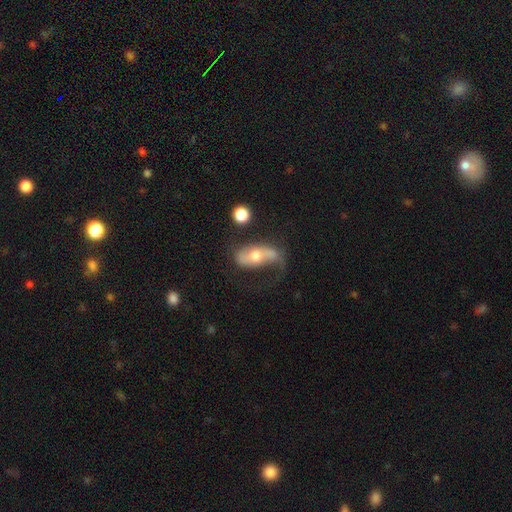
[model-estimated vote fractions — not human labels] Smooth or featured: featured or disk — 63% (smooth — 30%)
Edge-on disk: no — 89% (yes — 11%)
Bar: no — 54% (weak — 28%)
Spiral arms: yes — 78% (no — 22%)
Bulge size: moderate — 69% (small — 21%)
Merging: none — 40% (major disturbance — 28%)